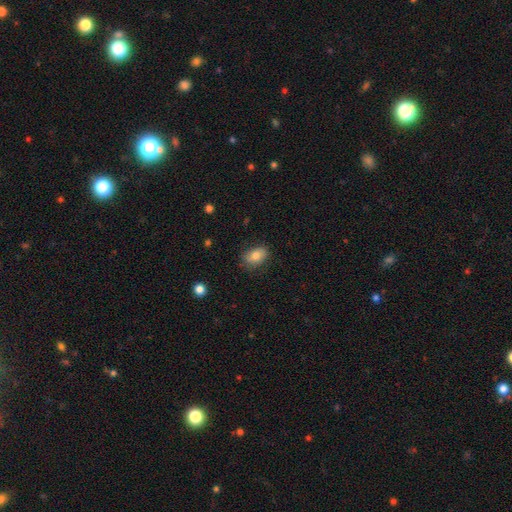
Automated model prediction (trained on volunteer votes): The model was most divided on "merging": none: 79%, minor disturbance: 17%, major disturbance: 4%, merger: 1%. More confident: how rounded — in between (83%); smooth or featured — smooth (79%).